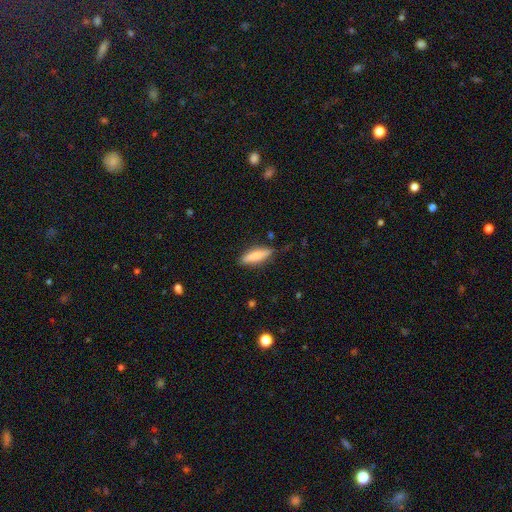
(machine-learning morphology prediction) The model was most divided on "how rounded": cigar-shaped: 59%, in between: 39%, round: 2%. More confident: merging — none (81%); smooth or featured — smooth (78%).